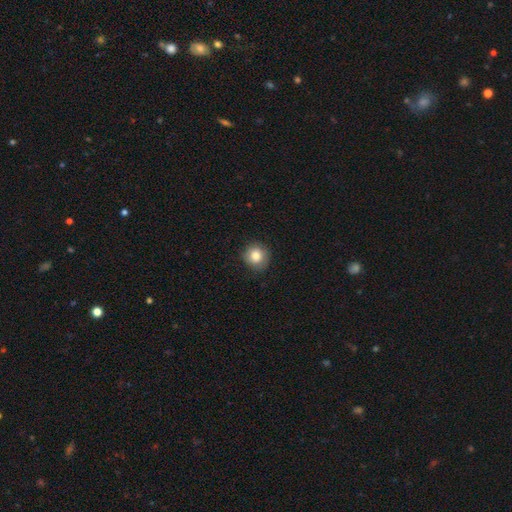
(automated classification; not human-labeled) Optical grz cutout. It shows a smooth galaxy with no disk features (83%) that is round (88%). Merging: none (82%).